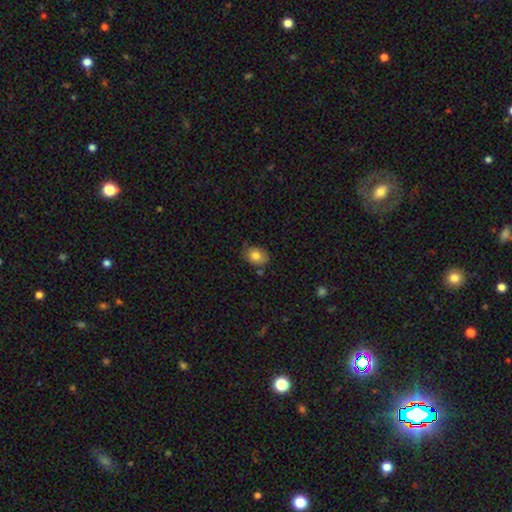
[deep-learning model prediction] A smooth galaxy with no disk features (80%) that is in between round and cigar-shaped (59%). Merging: none (70%).